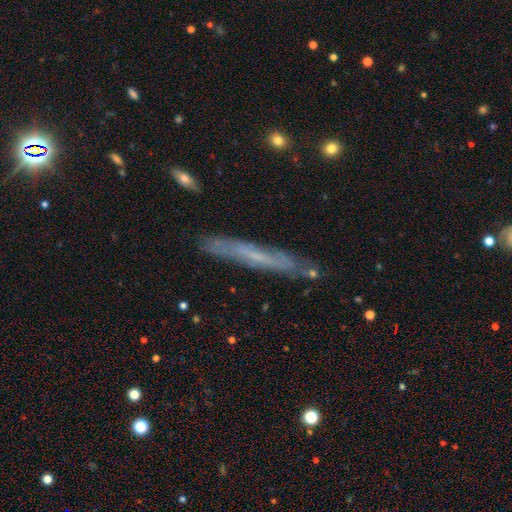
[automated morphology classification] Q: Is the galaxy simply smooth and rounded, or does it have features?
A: featured or disk — 54%.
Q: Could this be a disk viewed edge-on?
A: yes — 82%.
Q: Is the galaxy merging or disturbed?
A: none — 82%.